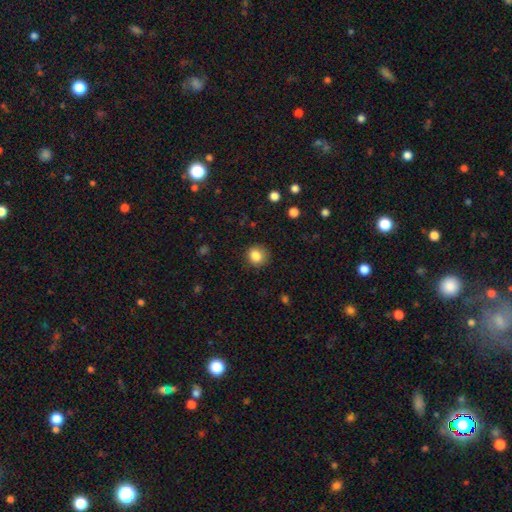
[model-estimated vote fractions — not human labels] Overall: smooth (84%). How rounded: round (88%). Merging: none (86%).